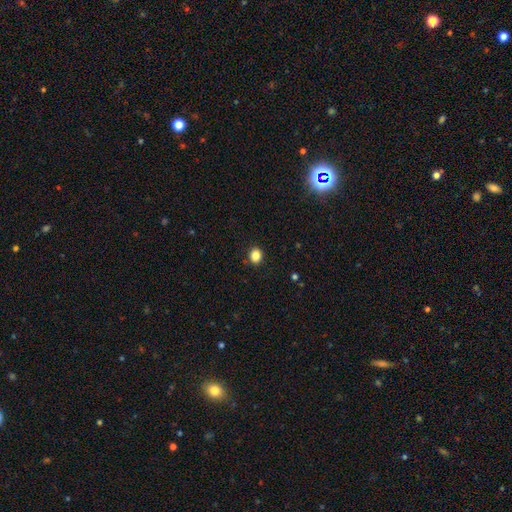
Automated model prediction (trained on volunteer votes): Q: Smooth or featured?
A: smooth (85%); runner-up: star or artifact (11%)
Q: How rounded?
A: round (74%); runner-up: in between (26%)
Q: Merging?
A: none (90%); runner-up: minor disturbance (7%)